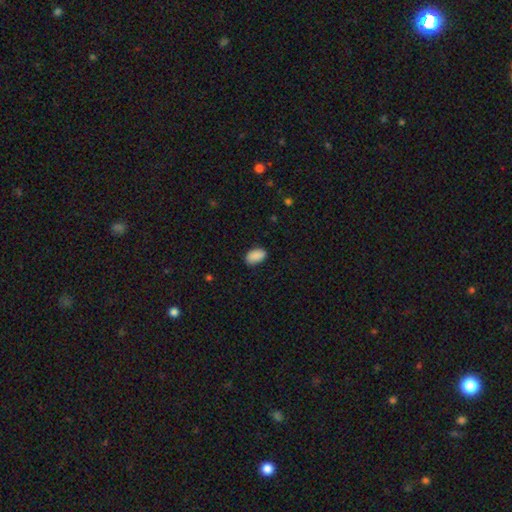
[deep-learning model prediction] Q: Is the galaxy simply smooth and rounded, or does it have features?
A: smooth — 89%.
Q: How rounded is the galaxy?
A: in between — 92%.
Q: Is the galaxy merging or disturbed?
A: none — 83%.